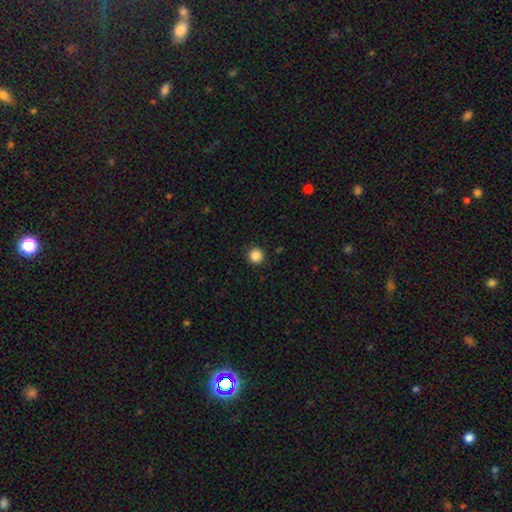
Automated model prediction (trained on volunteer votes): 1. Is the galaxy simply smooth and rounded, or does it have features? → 86% smooth, 11% star or artifact, 3% featured or disk.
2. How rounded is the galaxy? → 95% round, 4% in between, 1% cigar-shaped.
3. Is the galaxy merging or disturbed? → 93% none, 5% minor disturbance, 2% major disturbance, 1% merger.